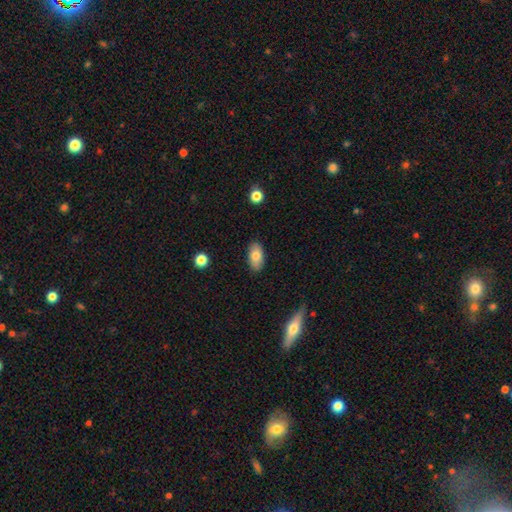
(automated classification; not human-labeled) Smooth or featured: smooth — 79% (featured or disk — 14%)
How rounded: in between — 93% (round — 4%)
Merging: none — 86% (minor disturbance — 11%)